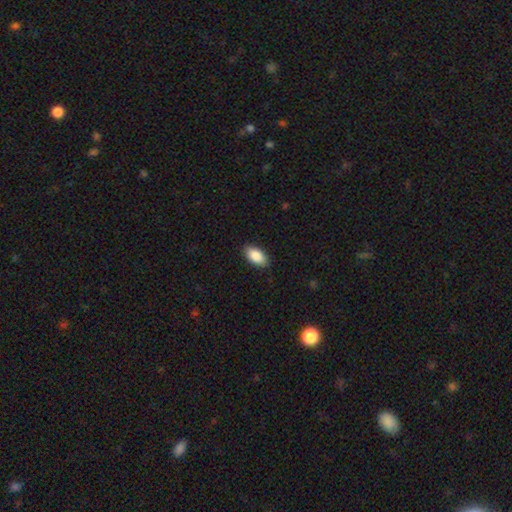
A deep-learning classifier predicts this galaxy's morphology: Q: Smooth or featured?
A: smooth (89%); runner-up: star or artifact (6%)
Q: How rounded?
A: in between (94%); runner-up: cigar-shaped (3%)
Q: Merging?
A: none (87%); runner-up: minor disturbance (10%)